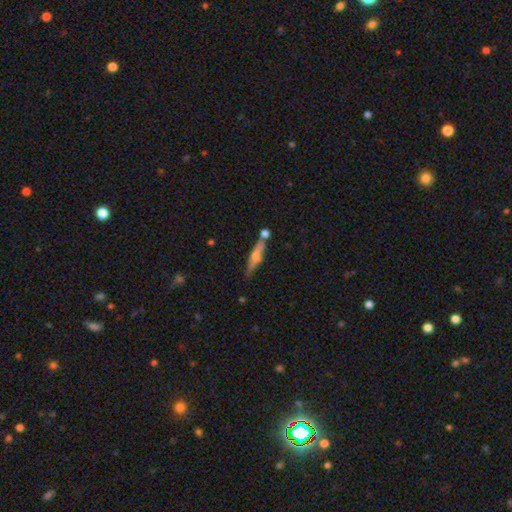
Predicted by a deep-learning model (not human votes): The model was most divided on "smooth or featured": featured or disk: 48%, smooth: 46%, star or artifact: 7%. More confident: merging — none (72%).